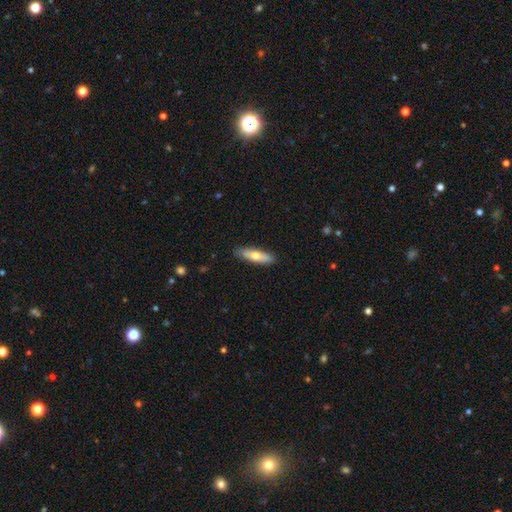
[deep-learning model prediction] Smooth or featured: smooth — 61% (featured or disk — 34%)
How rounded: cigar-shaped — 61% (in between — 37%)
Merging: none — 87% (minor disturbance — 10%)